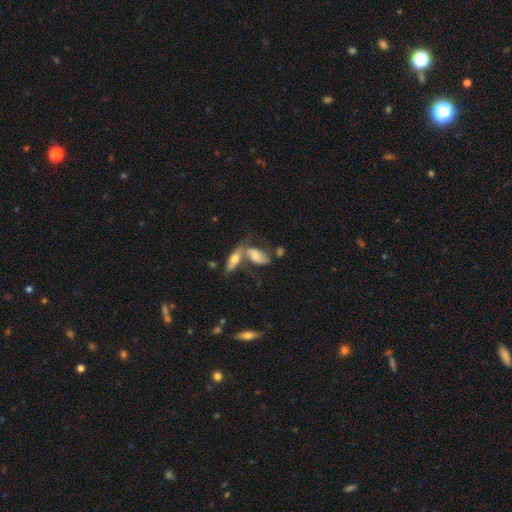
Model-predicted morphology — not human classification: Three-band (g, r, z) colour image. It shows a smooth galaxy with no disk features (51%) that is in between round and cigar-shaped (83%). Merging: merger (52%).